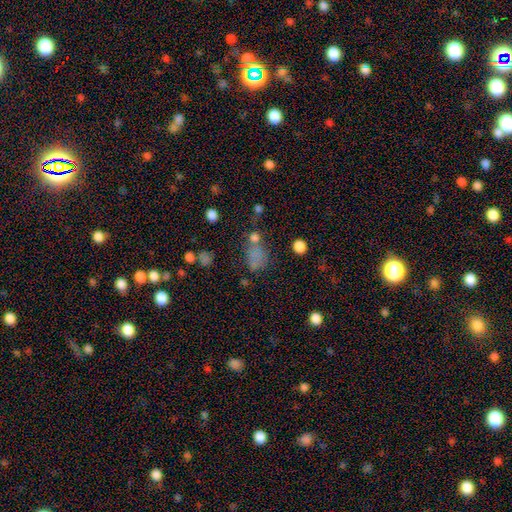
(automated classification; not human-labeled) Smooth or featured: smooth — 65% (star or artifact — 23%)
How rounded: in between — 60% (round — 36%)
Merging: none — 41% (merger — 27%)